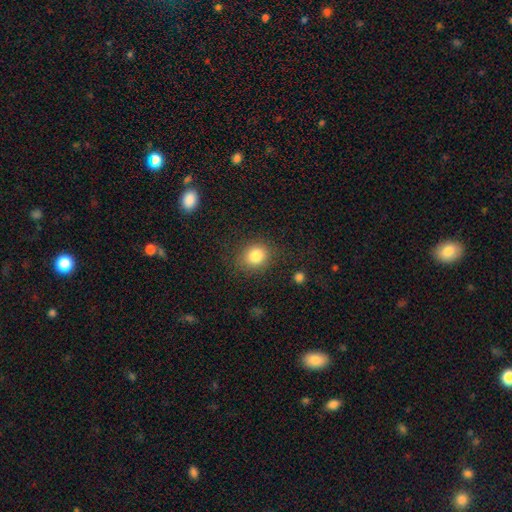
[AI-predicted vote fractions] Q: Smooth or featured?
A: smooth (83%); runner-up: star or artifact (10%)
Q: How rounded?
A: round (66%); runner-up: in between (33%)
Q: Merging?
A: none (80%); runner-up: minor disturbance (13%)